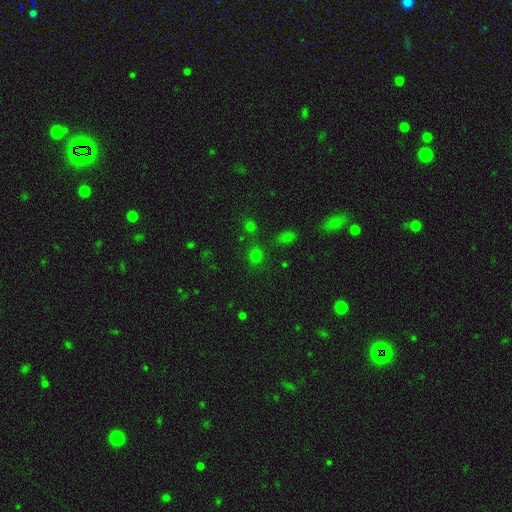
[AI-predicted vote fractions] Smooth or featured? smooth (70%)
How rounded? round (82%)
Merging? none (79%)